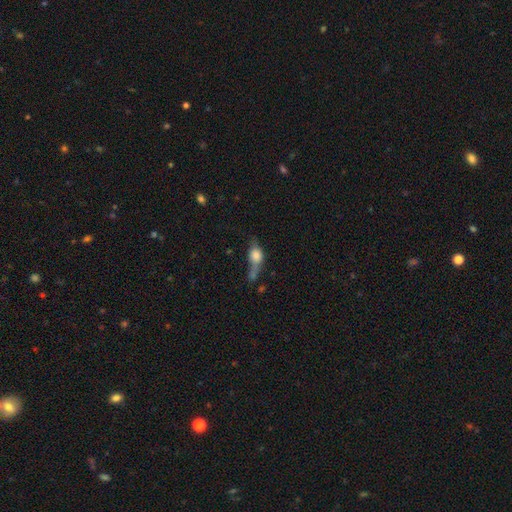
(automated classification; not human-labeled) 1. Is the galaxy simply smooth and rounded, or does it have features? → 67% smooth, 23% featured or disk, 10% star or artifact.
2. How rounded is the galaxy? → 56% in between, 33% round, 11% cigar-shaped.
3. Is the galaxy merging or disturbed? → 36% merger, 25% none, 21% major disturbance, 19% minor disturbance.